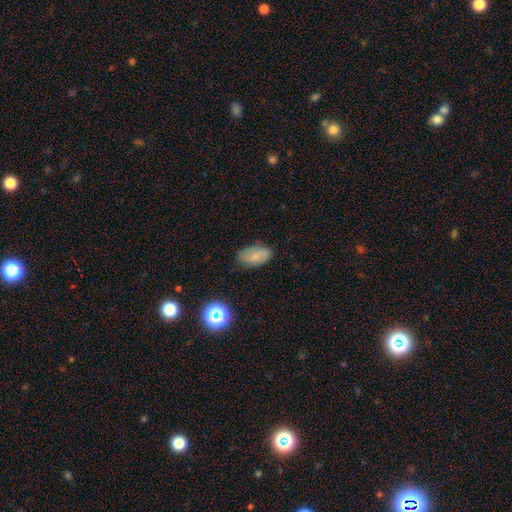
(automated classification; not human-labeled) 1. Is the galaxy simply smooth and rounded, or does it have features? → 65% smooth, 24% featured or disk, 12% star or artifact.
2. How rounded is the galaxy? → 91% in between, 6% round, 2% cigar-shaped.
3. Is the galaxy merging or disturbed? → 76% none, 18% minor disturbance, 4% major disturbance, 2% merger.